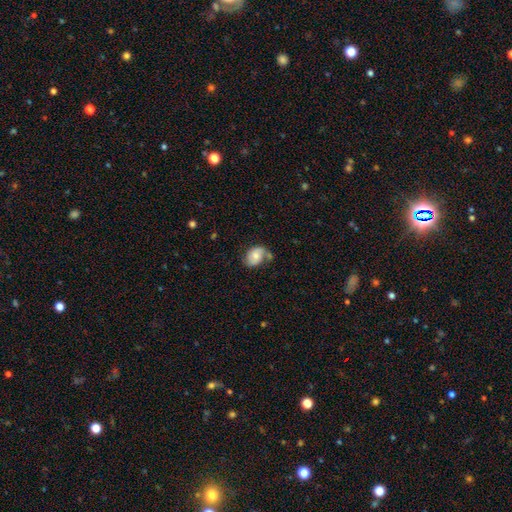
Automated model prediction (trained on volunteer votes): Smooth or featured? Predicted: smooth (p=0.56). How rounded? Predicted: in between (p=0.72). Merging? Predicted: none (p=0.48).